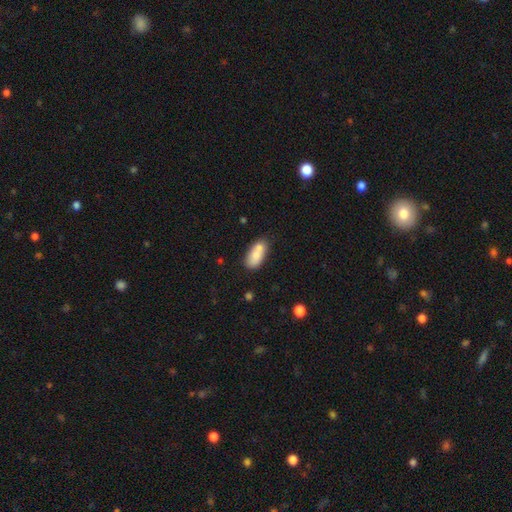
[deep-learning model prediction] A smooth galaxy with no disk features (75%) that is in between round and cigar-shaped (86%). Merging: none (47%).